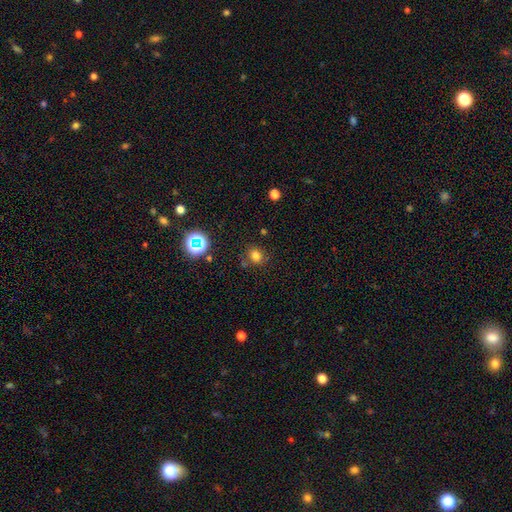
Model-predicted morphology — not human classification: Overall: smooth (75%). How rounded: round (74%). Merging: none (78%).